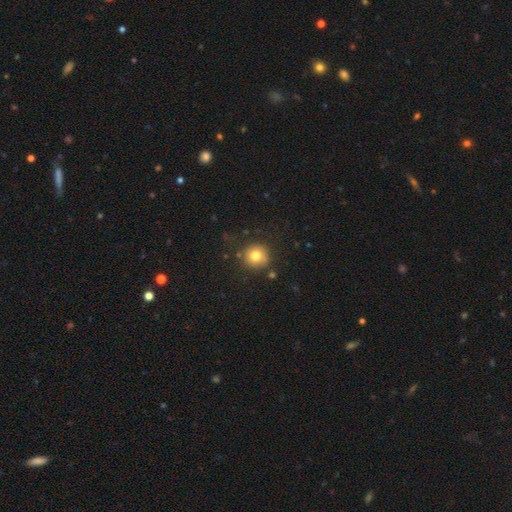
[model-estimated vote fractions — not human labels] This appears to be a smooth galaxy with no disk features (79%) that is round (92%). Merging: none (82%).